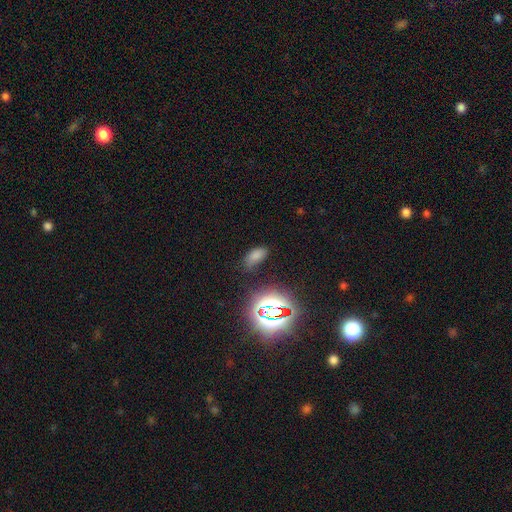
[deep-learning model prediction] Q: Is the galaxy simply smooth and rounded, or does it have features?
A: smooth — 65%.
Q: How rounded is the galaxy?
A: in between — 90%.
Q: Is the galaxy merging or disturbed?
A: none — 66%.